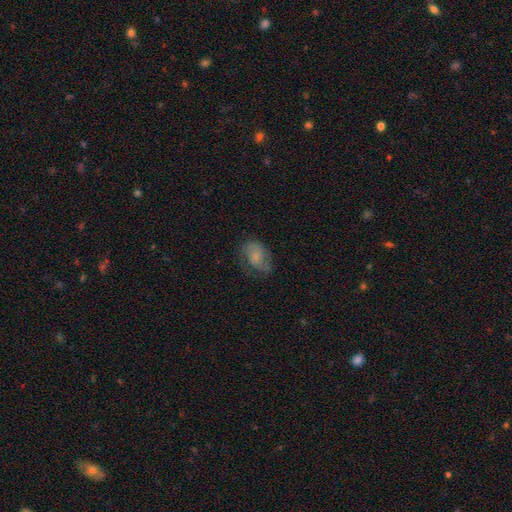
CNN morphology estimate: Overall: smooth (59%; featured or disk 31%). How rounded: in between (73%). Merging: none (54%; minor disturbance 27%).